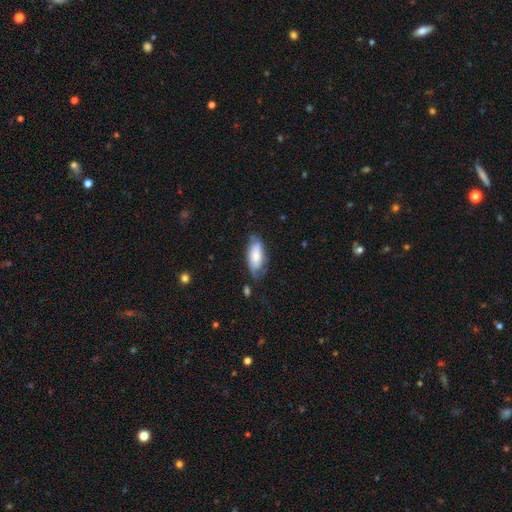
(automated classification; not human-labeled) smooth-or-featured: smooth: 65% | featured or disk: 28% | star or artifact: 7%
  how-rounded: in between: 85% | cigar-shaped: 13% | round: 2%
  merging: none: 56% | minor disturbance: 30% | major disturbance: 11% | merger: 3%